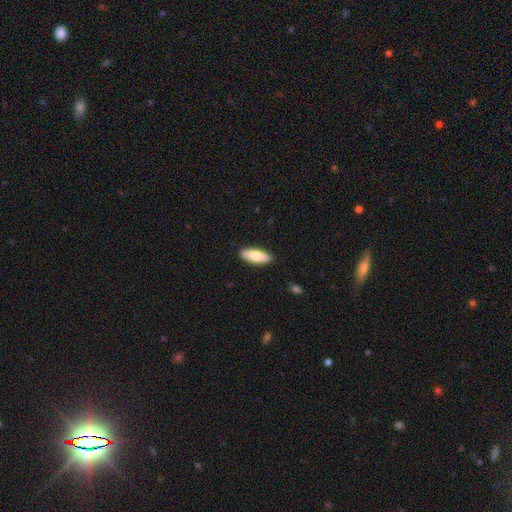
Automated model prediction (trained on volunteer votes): smooth_or_featured: smooth (p=0.79) [alt: featured or disk p=0.15]
how_rounded: in between (p=0.68) [alt: cigar-shaped p=0.30]
merging: none (p=0.90) [alt: minor disturbance p=0.08]